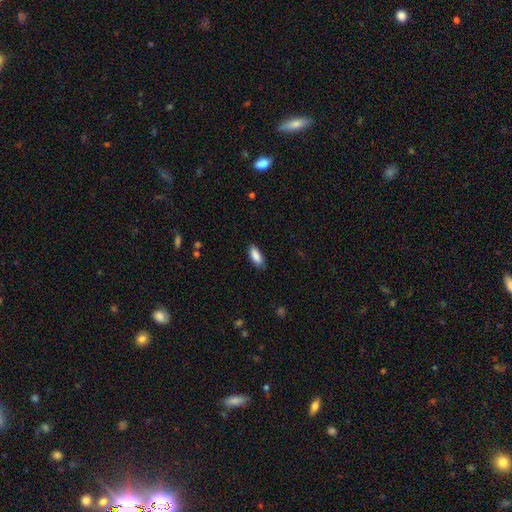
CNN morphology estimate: Smooth or featured: smooth — 88% (star or artifact — 6%)
How rounded: in between — 77% (cigar-shaped — 21%)
Merging: none — 81% (minor disturbance — 16%)